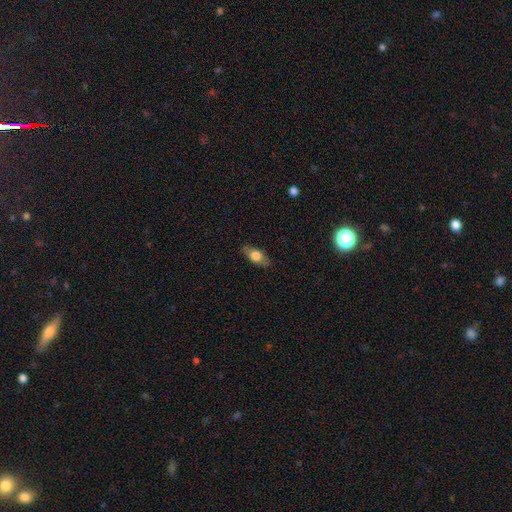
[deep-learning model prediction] Q: Smooth or featured?
A: smooth (69%); runner-up: featured or disk (24%)
Q: How rounded?
A: in between (82%); runner-up: cigar-shaped (13%)
Q: Merging?
A: none (84%); runner-up: minor disturbance (12%)